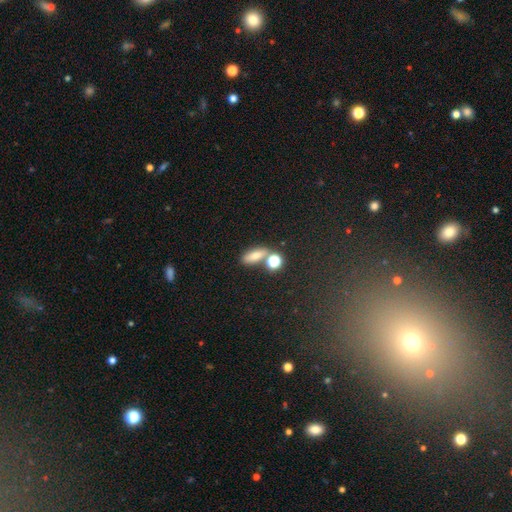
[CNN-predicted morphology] smooth 73%, featured or disk 14%, star or artifact 13%. Down the decision tree: how rounded — in between (60%); merging — none (58%).